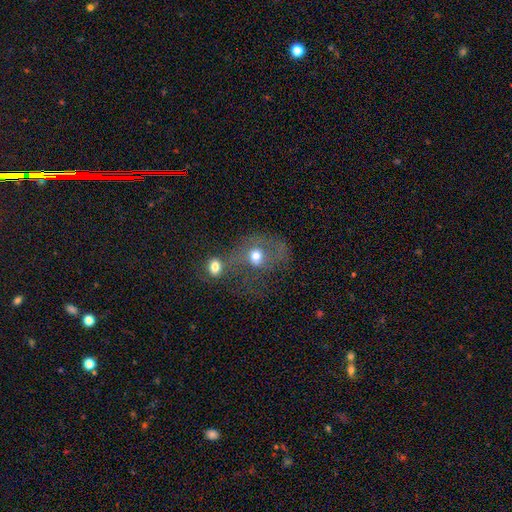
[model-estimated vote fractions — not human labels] A smooth galaxy with no disk features (60%) that is round (60%). Merging: merger (45%).